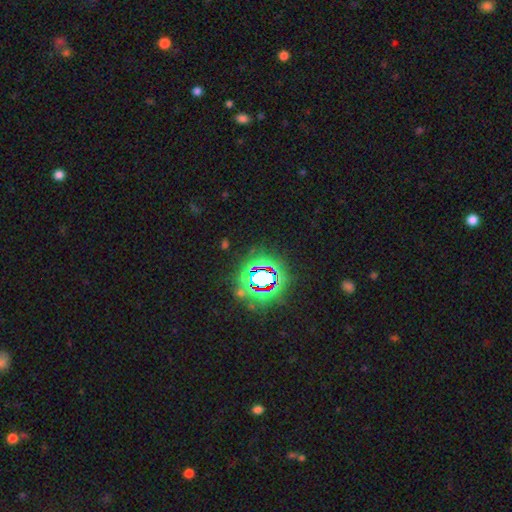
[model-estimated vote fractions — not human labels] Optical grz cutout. It shows a star or artifact, not a galaxy (81%).